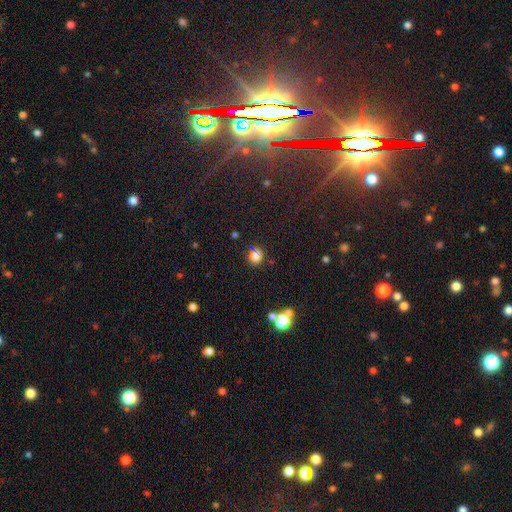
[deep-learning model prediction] Morphology: type=smooth (76%); roundness=round (82%); merging=none (70%).